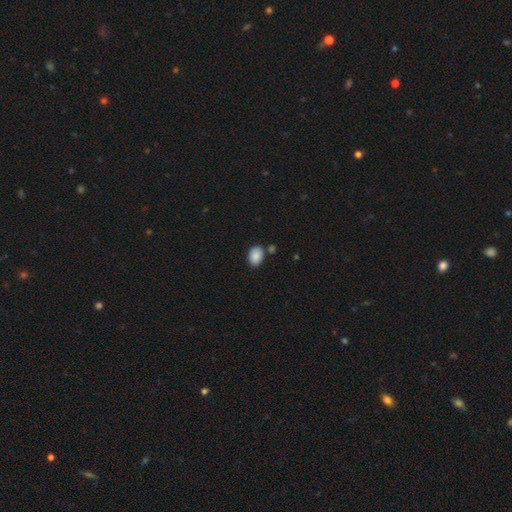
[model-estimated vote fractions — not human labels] Smooth or featured? Predicted: smooth (p=0.88). How rounded? Predicted: in between (p=0.77). Merging? Predicted: none (p=0.77).